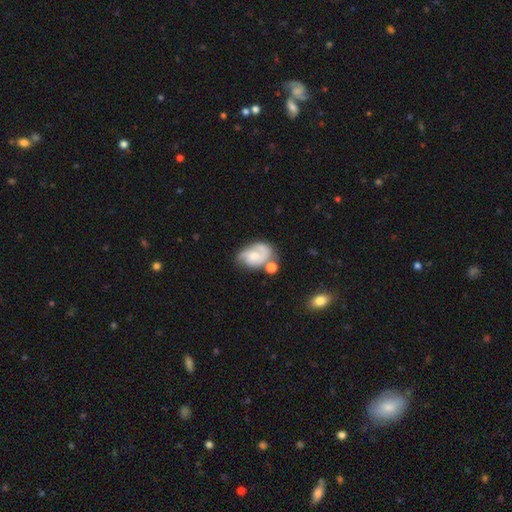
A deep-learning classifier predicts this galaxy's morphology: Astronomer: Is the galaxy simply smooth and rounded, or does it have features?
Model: featured or disk — 69%.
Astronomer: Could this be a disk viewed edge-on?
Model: no — 97%.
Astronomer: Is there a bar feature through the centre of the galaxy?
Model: no — 65%.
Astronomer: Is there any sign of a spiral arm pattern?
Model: yes — 90%.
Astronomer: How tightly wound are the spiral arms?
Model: medium — 45% (runner-up: tight, 35%).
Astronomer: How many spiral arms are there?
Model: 2 — 59%.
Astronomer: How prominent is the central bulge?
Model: small — 42% (runner-up: moderate, 36%).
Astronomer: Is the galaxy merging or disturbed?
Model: none — 45% (runner-up: minor disturbance, 24%).